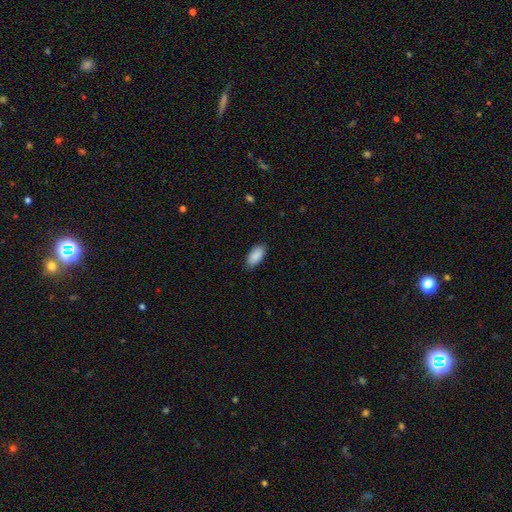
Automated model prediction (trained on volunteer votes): Smooth or featured? smooth (90%)
How rounded? in between (94%)
Merging? none (85%)